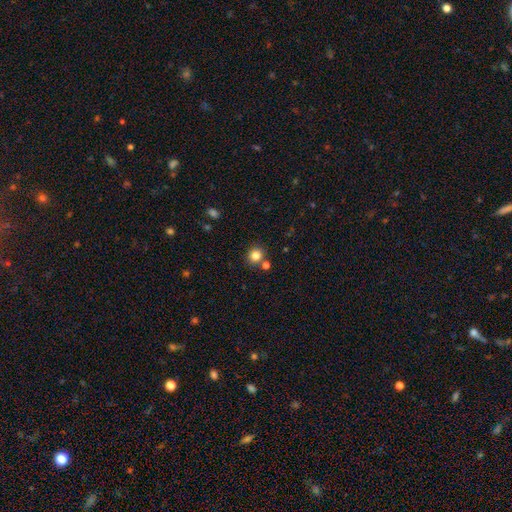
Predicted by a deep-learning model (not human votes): Morphology: type=smooth (81%); roundness=round (88%); merging=none (76%).